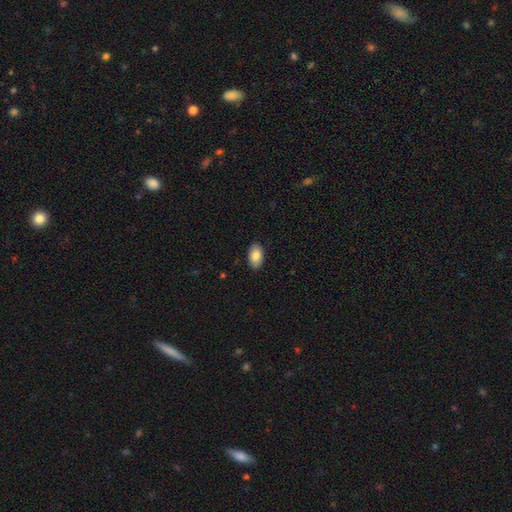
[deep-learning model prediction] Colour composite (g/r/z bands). It shows a smooth galaxy with no disk features (83%) that is in between round and cigar-shaped (94%). Merging: none (88%).